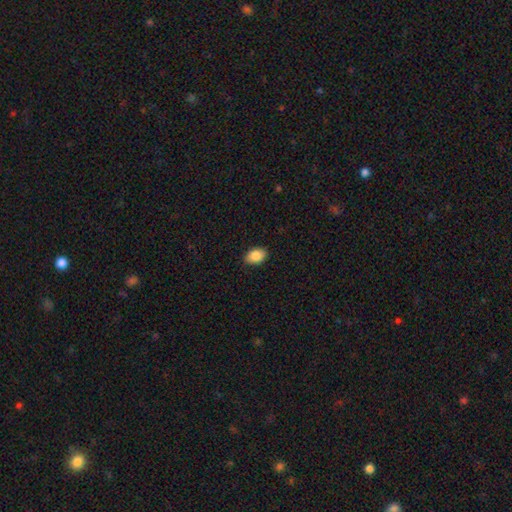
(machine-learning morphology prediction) A smooth galaxy with no disk features (87%) that is in between round and cigar-shaped (85%).

Vote fractions:
- Smooth or featured? smooth: 87% / star or artifact: 7% / featured or disk: 5%
- How rounded? in between: 85% / round: 14% / cigar-shaped: 1%
- Merging? none: 88% / minor disturbance: 9% / major disturbance: 2% / merger: 1%